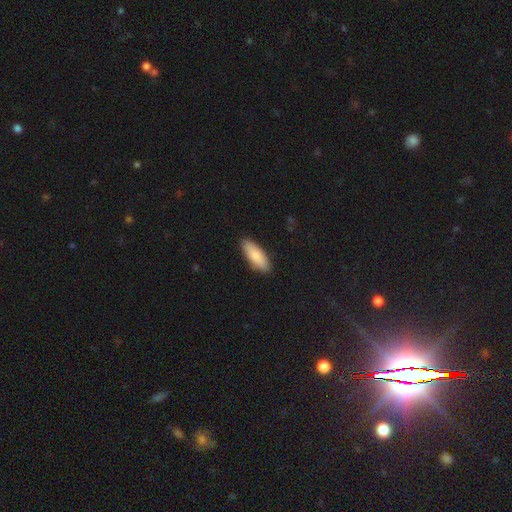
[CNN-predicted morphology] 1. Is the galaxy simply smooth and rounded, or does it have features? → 85% smooth, 10% featured or disk, 5% star or artifact.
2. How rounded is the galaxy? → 70% in between, 28% cigar-shaped, 2% round.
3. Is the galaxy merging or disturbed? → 89% none, 8% minor disturbance, 2% major disturbance, 1% merger.